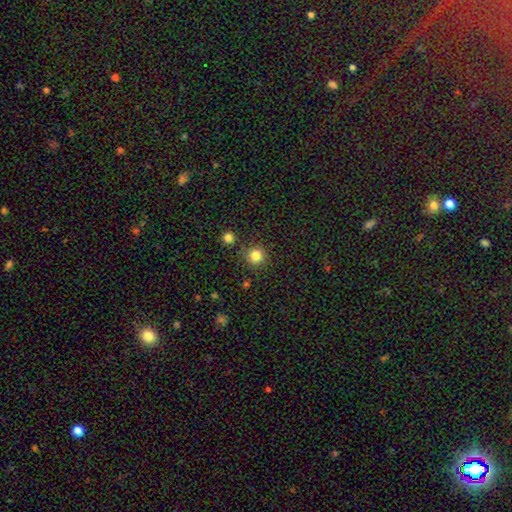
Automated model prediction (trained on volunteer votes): Smooth or featured: smooth — 82% (star or artifact — 13%)
How rounded: round — 94% (in between — 5%)
Merging: none — 85% (minor disturbance — 8%)